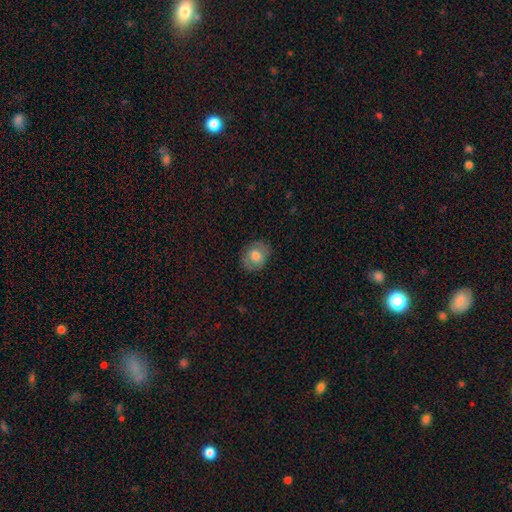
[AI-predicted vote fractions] smooth 70%, featured or disk 21%, star or artifact 9%. Down the decision tree: how rounded — round (58%); merging — none (82%).